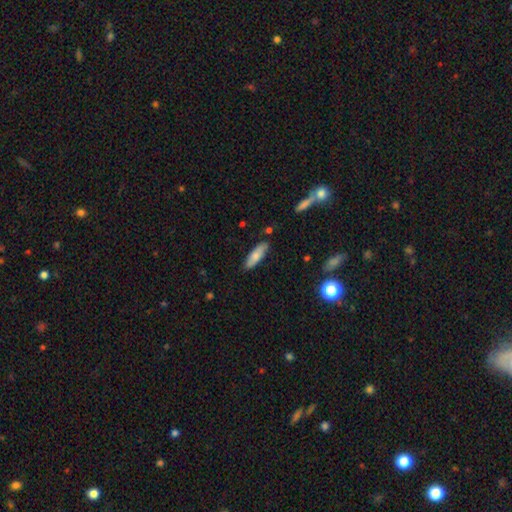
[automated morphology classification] Smooth or featured? smooth (76%)
How rounded? in between (51%)
Merging? none (82%)